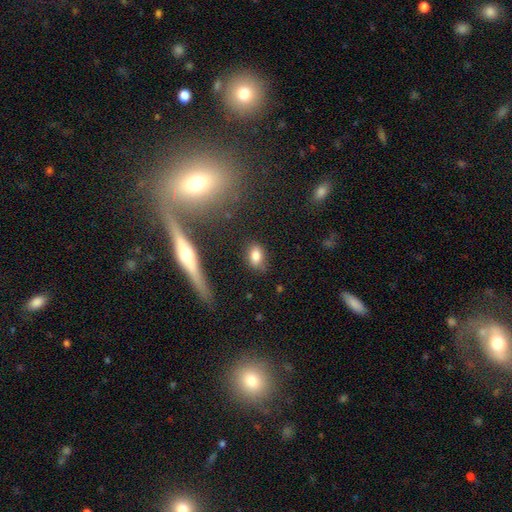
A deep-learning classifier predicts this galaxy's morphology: type=smooth (81%); roundness=in between (81%); merging=none (79%).